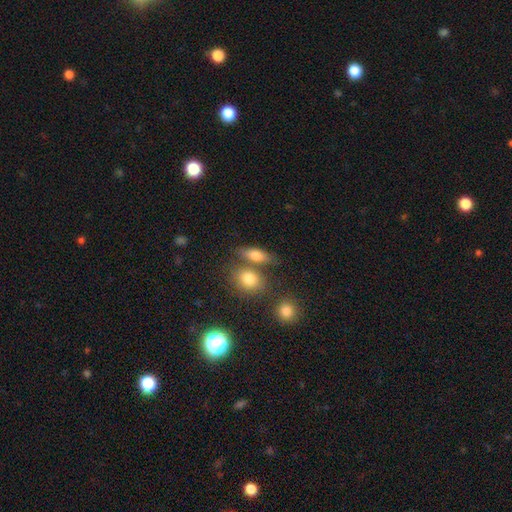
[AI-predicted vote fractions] Smooth or featured?
  - smooth: 77% *
  - featured or disk: 14%
  - star or artifact: 10%
How rounded?
  - in between: 69% *
  - round: 16%
  - cigar-shaped: 14%
Merging?
  - none: 59% *
  - merger: 24%
  - minor disturbance: 12%
  - major disturbance: 5%